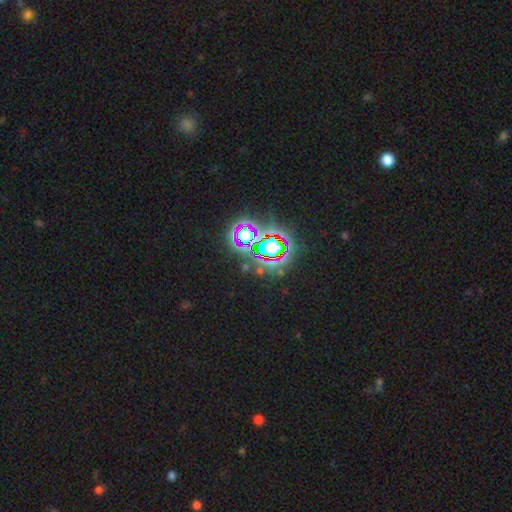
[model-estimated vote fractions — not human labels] Smooth or featured? Predicted: star or artifact (p=0.79).